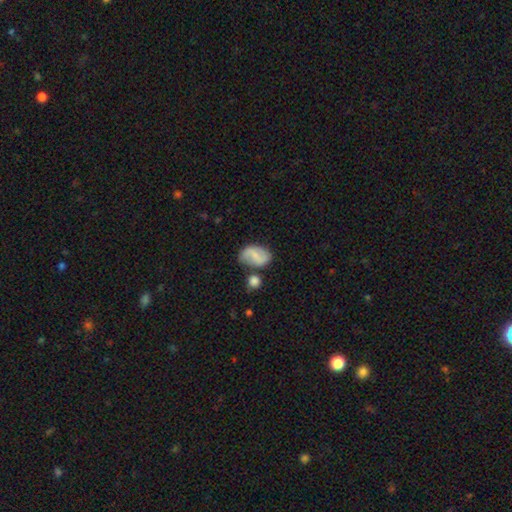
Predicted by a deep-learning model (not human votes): This is possibly a featured or disk galaxy (48%). Merging: likely none (61%).